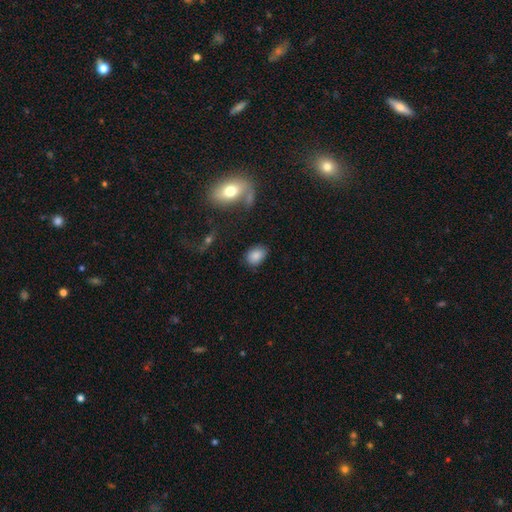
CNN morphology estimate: A smooth galaxy with no disk features (84%) that is in between round and cigar-shaped (73%). Merging: none (78%).